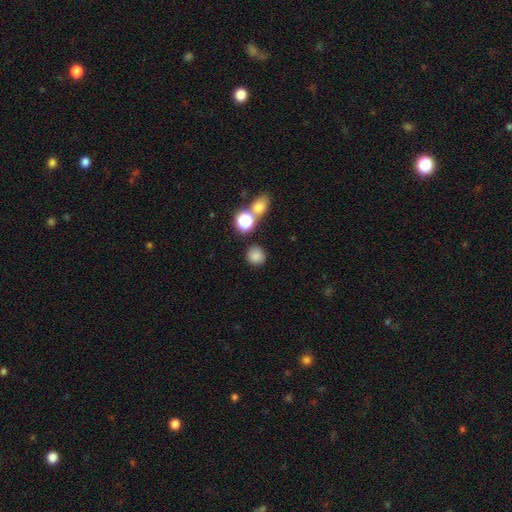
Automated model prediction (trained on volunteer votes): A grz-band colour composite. It shows a smooth galaxy with no disk features (79%) that is round (88%). Merging: none (82%).